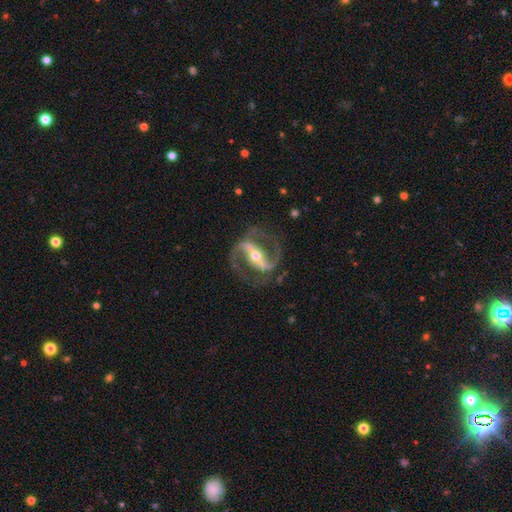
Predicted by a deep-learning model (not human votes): A featured or disk galaxy (92%) with a strong bar (71%), 2 (94%) medium (61%) spiral arms (97%) and a moderate central bulge (58%). Merging: none (80%).